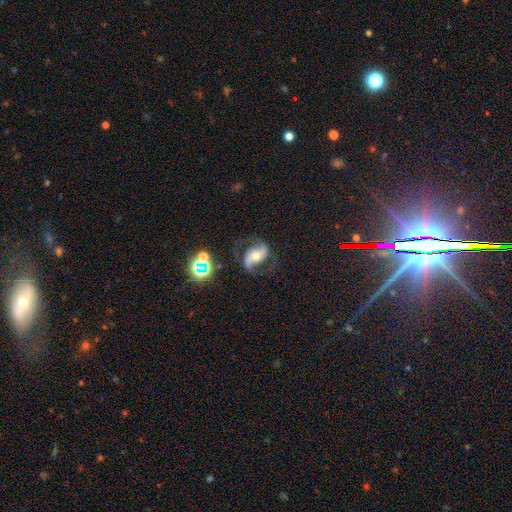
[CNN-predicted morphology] This is likely a featured or disk galaxy (76%). It is clearly not viewed edge-on (96%). Bar: marginally no (41%). Spiral arm pattern: clearly yes (92%). Spiral arm count: clearly 2 (90%). Spiral winding: possibly loose (53%). Central bulge: likely moderate (65%). Merging: likely none (68%).